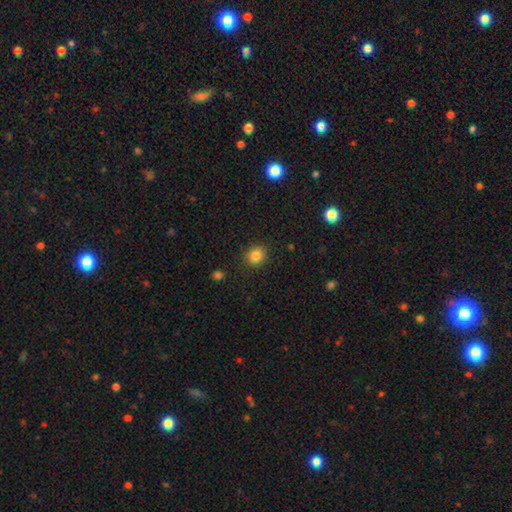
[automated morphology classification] smooth 84%, star or artifact 11%, featured or disk 5%. Down the decision tree: how rounded — round (81%); merging — none (88%).